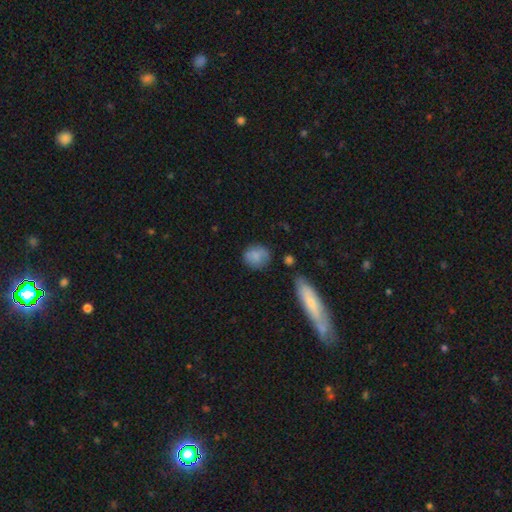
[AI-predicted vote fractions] A smooth galaxy with no disk features (79%) that is round (70%).

Vote fractions:
- Smooth or featured? smooth: 79% / featured or disk: 12% / star or artifact: 9%
- How rounded? round: 70% / in between: 28% / cigar-shaped: 2%
- Merging? none: 68% / minor disturbance: 22% / major disturbance: 6% / merger: 4%